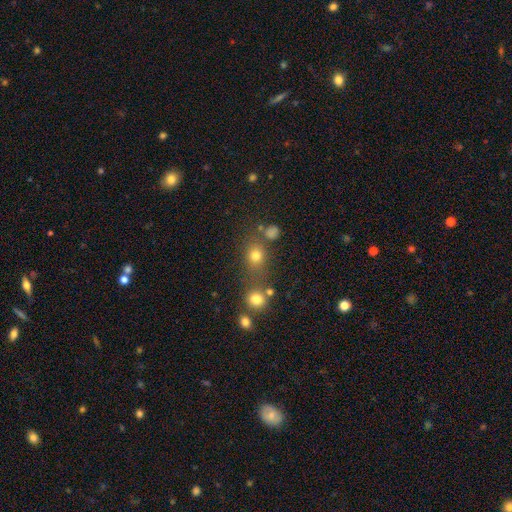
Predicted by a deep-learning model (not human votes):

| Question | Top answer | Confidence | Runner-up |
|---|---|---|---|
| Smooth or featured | smooth | 73% | star or artifact (18%) |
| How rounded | round | 69% | in between (30%) |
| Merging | none | 63% | merger (18%) |